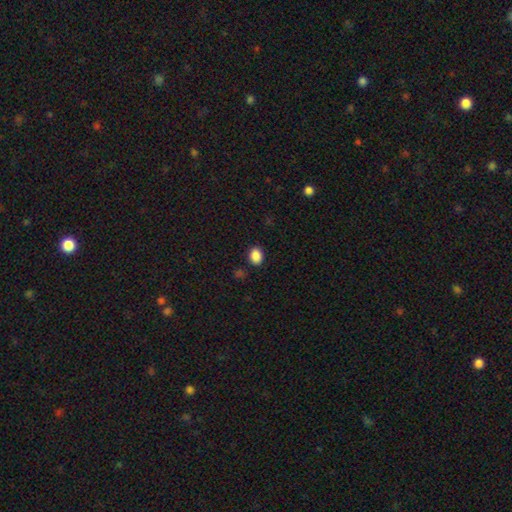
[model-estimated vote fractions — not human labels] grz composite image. It shows a smooth galaxy with no disk features (88%) that is in between round and cigar-shaped (67%). Merging: none (88%).